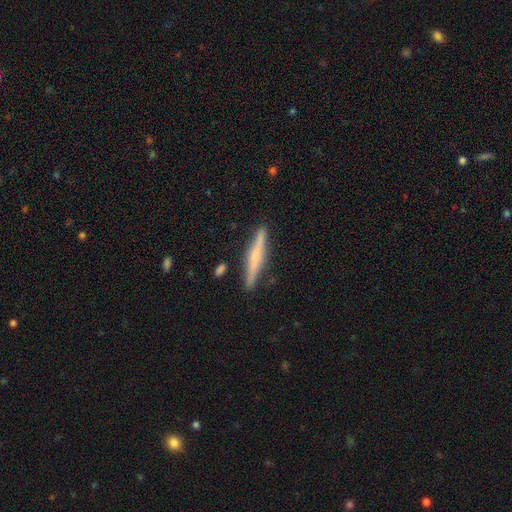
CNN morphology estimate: Smooth or featured?
  - featured or disk: 49% *
  - smooth: 45%
  - star or artifact: 6%
Merging?
  - none: 89% *
  - minor disturbance: 8%
  - merger: 2%
  - major disturbance: 2%